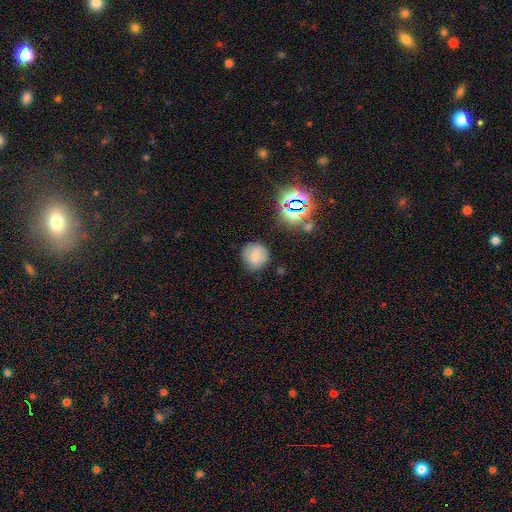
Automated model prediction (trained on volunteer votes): Morphology: type=smooth (65%); roundness=round (84%); merging=none (76%).